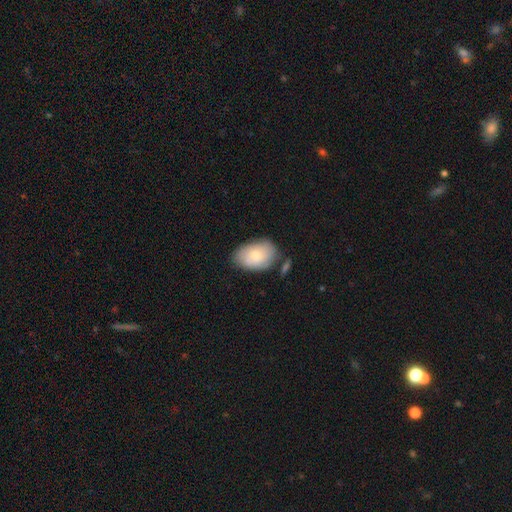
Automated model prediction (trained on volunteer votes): Smooth or featured: smooth — 75% (featured or disk — 19%)
How rounded: in between — 88% (round — 11%)
Merging: none — 68% (minor disturbance — 20%)